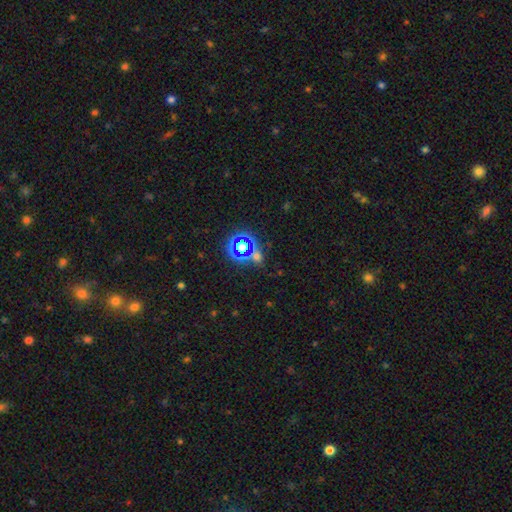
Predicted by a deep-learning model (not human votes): Overall: star or artifact (67%).